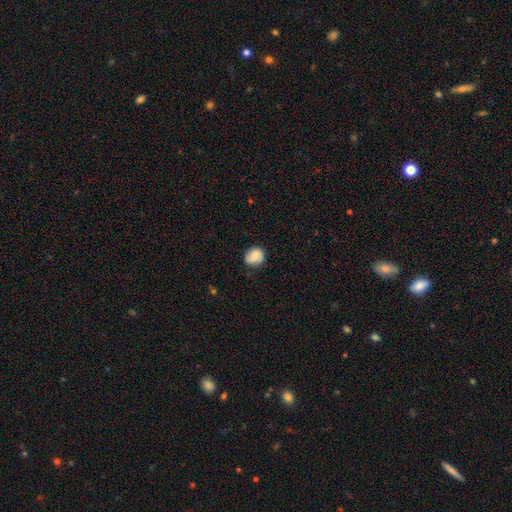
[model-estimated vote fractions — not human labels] The model was most divided on "smooth or featured": smooth: 68%, featured or disk: 24%, star or artifact: 8%. More confident: merging — none (79%); how rounded — round (75%).